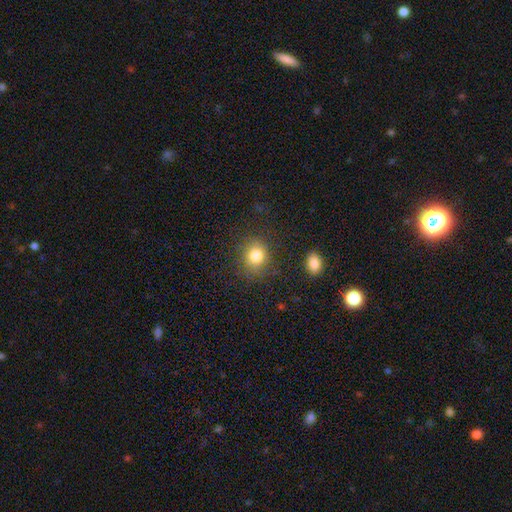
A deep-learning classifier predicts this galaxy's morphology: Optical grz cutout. It shows a smooth galaxy with no disk features (83%) that is round (75%). Merging: none (81%).